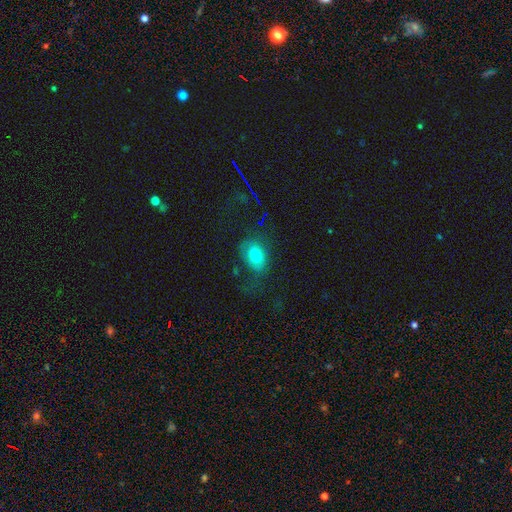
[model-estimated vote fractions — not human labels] This appears to be a smooth galaxy with no disk features (69%) that is in between round and cigar-shaped (80%). Merging: none (49%).